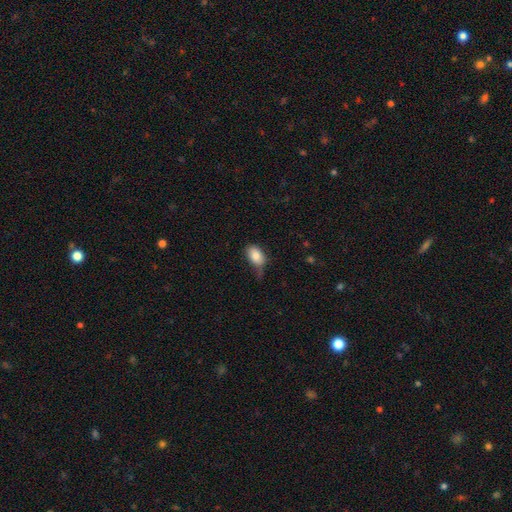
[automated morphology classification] Q: Smooth or featured?
A: smooth (81%); runner-up: featured or disk (11%)
Q: How rounded?
A: in between (89%); runner-up: round (10%)
Q: Merging?
A: none (48%); runner-up: minor disturbance (35%)